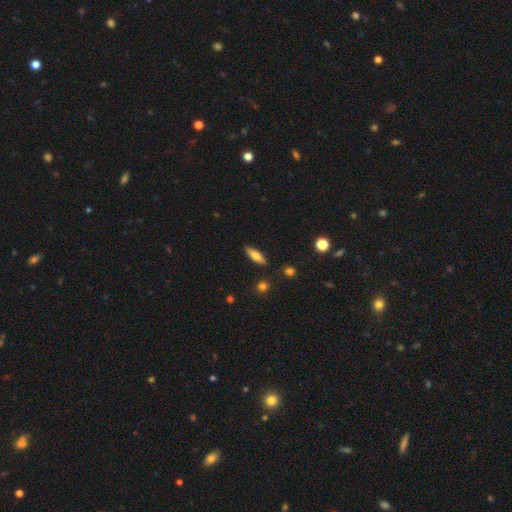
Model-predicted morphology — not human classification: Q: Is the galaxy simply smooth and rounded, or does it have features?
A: smooth — 63%.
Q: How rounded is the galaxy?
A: cigar-shaped — 51%.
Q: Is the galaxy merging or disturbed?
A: none — 86%.